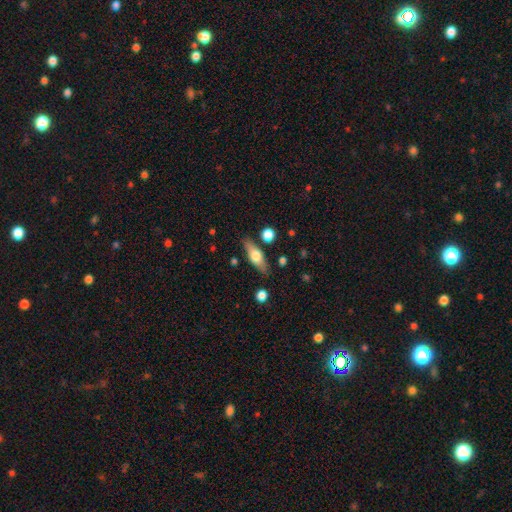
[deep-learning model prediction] Smooth or featured? smooth (54%)
How rounded? in between (56%)
Merging? none (82%)